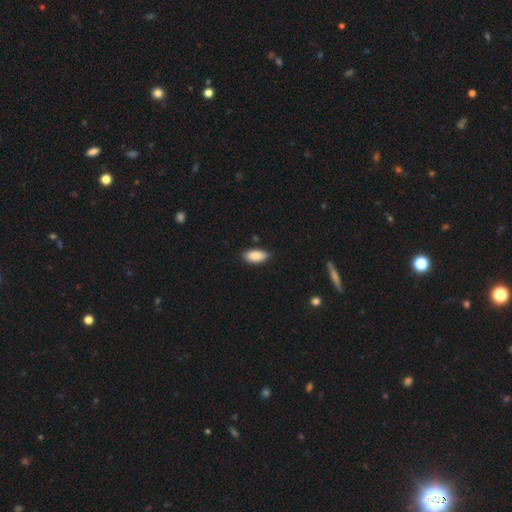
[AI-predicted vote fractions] Morphology: type=smooth (87%); roundness=in between (91%); merging=none (82%).